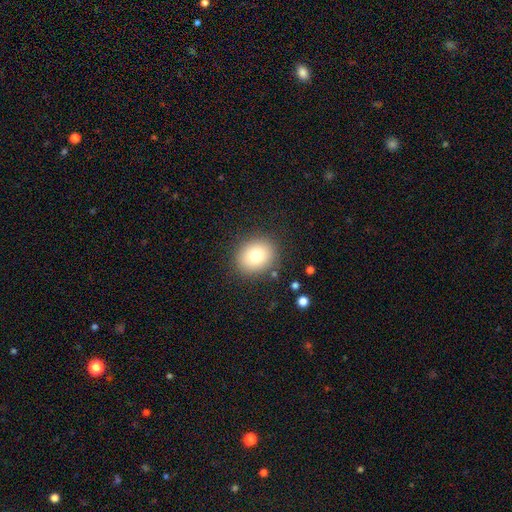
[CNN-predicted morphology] Overall: smooth (76%). How rounded: round (69%; in between 30%). Merging: none (87%).